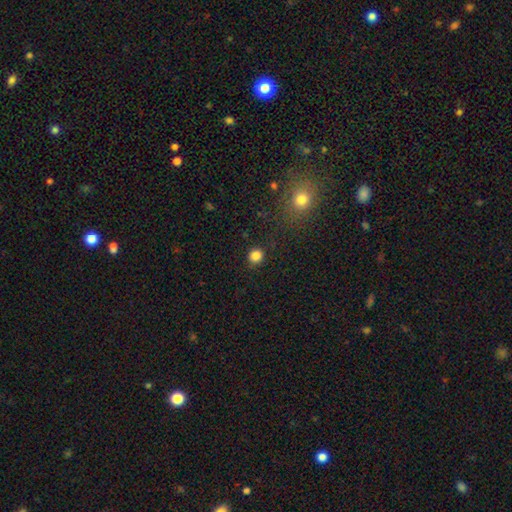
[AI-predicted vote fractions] This is clearly a smooth galaxy (84%). How rounded: clearly round (86%). Merging: clearly none (88%).